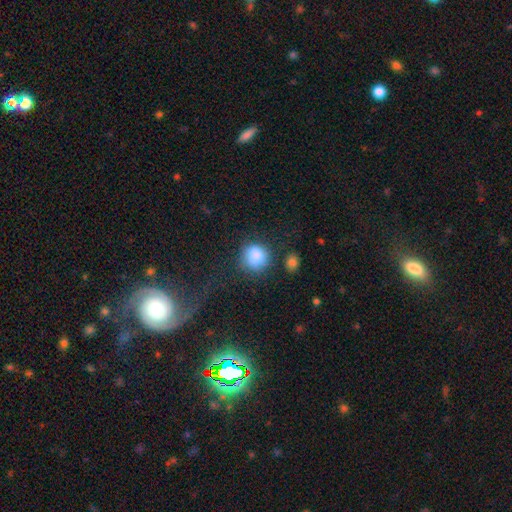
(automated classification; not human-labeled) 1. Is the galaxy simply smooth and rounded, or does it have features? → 84% smooth, 9% star or artifact, 7% featured or disk.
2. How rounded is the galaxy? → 83% round, 16% in between, 1% cigar-shaped.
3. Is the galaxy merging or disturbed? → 62% none, 21% minor disturbance, 11% major disturbance, 6% merger.